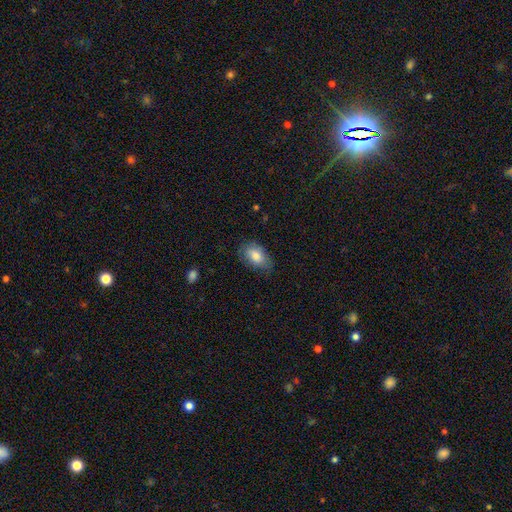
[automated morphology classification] smooth_or_featured: smooth (p=0.81) [alt: featured or disk p=0.11]
how_rounded: in between (p=0.90) [alt: round p=0.09]
merging: none (p=0.71) [alt: minor disturbance p=0.22]